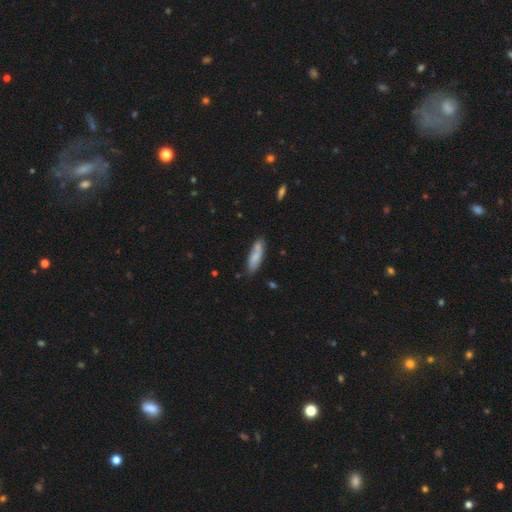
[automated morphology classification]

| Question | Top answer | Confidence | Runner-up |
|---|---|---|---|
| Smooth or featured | smooth | 72% | featured or disk (22%) |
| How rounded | cigar-shaped | 50% | in between (48%) |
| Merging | none | 73% | minor disturbance (18%) |